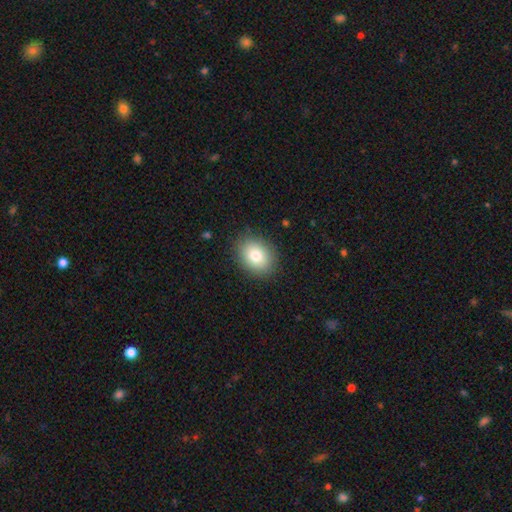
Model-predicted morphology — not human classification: smooth_or_featured: smooth (p=0.82) [alt: featured or disk p=0.09]
how_rounded: in between (p=0.59) [alt: round p=0.40]
merging: none (p=0.87) [alt: minor disturbance p=0.09]